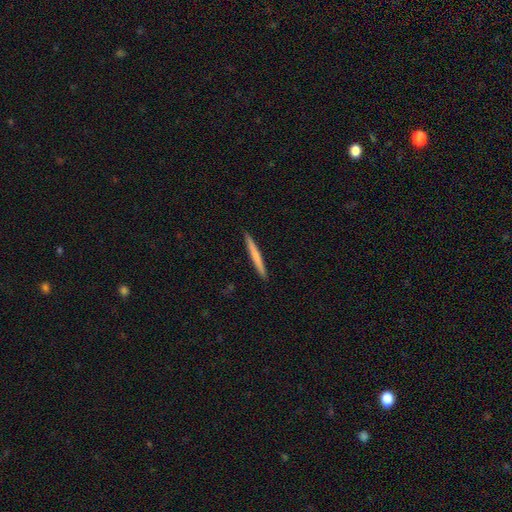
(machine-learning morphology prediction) smooth-or-featured: smooth: 63% | featured or disk: 32% | star or artifact: 5%
  how-rounded: cigar-shaped: 97% | in between: 2% | round: 1%
  merging: none: 93% | minor disturbance: 5% | major disturbance: 1% | merger: 1%